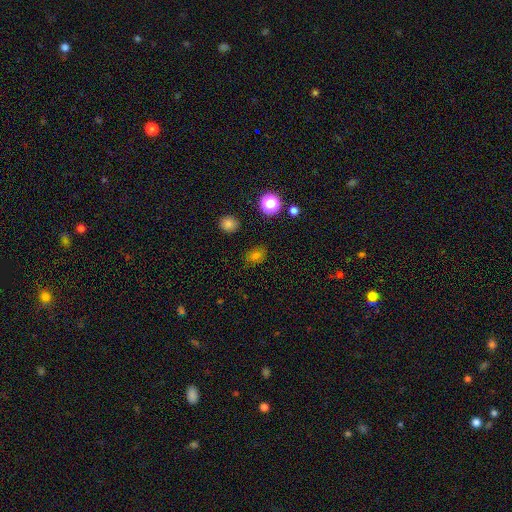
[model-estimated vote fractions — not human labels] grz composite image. It shows a smooth galaxy with no disk features (72%) that is in between round and cigar-shaped (61%). Merging: none (81%).